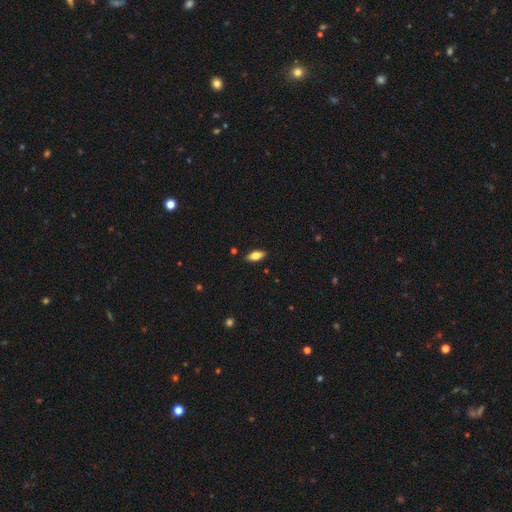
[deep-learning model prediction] smooth-or-featured: smooth: 70% | featured or disk: 22% | star or artifact: 7%
  how-rounded: in between: 83% | cigar-shaped: 14% | round: 3%
  merging: none: 88% | minor disturbance: 9% | major disturbance: 2% | merger: 1%